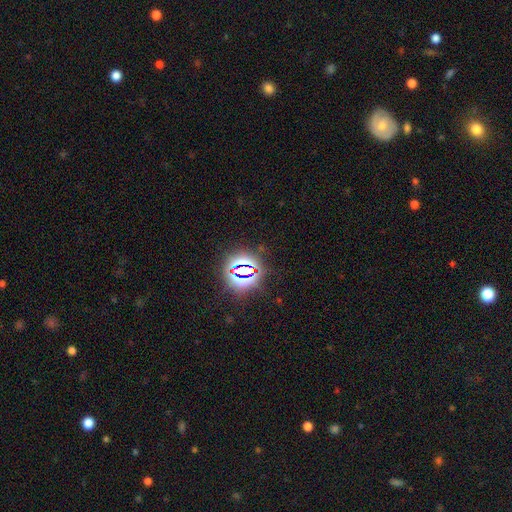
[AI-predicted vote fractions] Smooth or featured? star or artifact (81%)